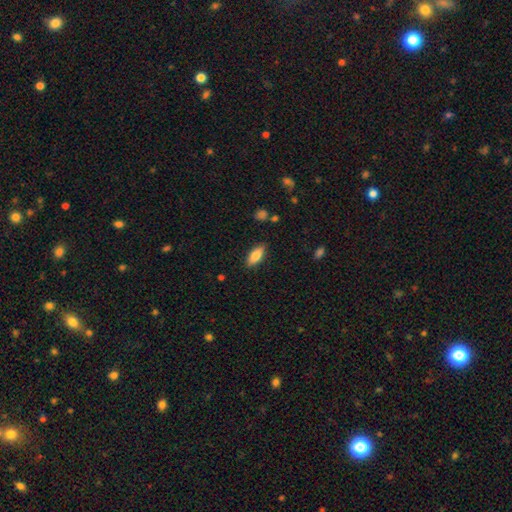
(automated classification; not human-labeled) A smooth galaxy with no disk features (78%) that is in between round and cigar-shaped (80%). Merging: none (86%).